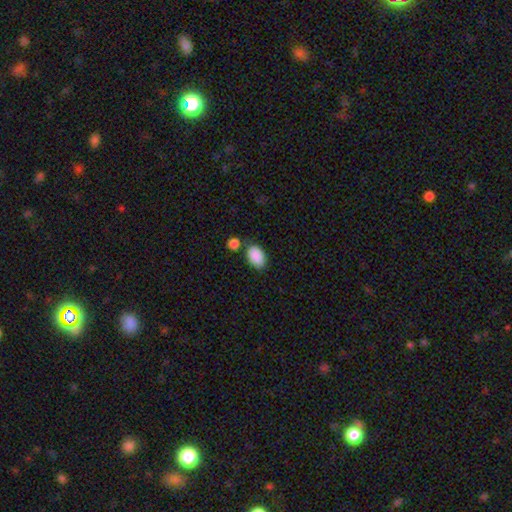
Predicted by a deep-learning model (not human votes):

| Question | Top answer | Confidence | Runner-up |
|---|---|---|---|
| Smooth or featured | smooth | 89% | star or artifact (7%) |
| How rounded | in between | 89% | round (10%) |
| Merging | none | 70% | minor disturbance (15%) |